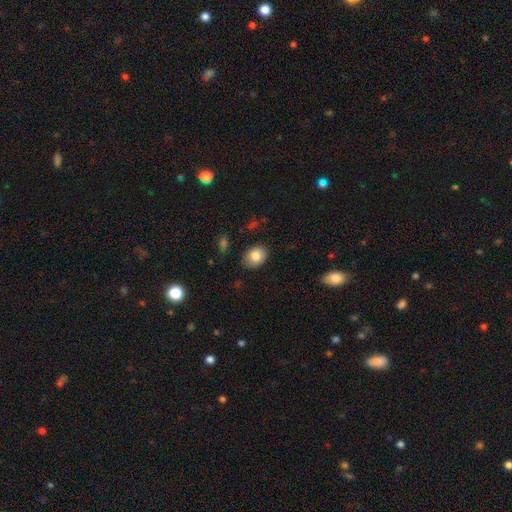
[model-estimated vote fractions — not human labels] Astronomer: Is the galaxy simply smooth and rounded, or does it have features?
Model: smooth — 84%.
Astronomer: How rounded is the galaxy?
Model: in between — 69%.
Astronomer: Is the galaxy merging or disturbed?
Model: none — 84%.